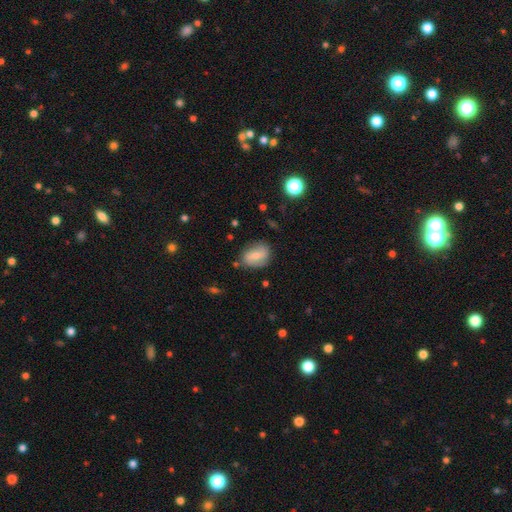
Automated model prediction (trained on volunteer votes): Morphology: type=smooth (54%); roundness=in between (68%); merging=none (74%).